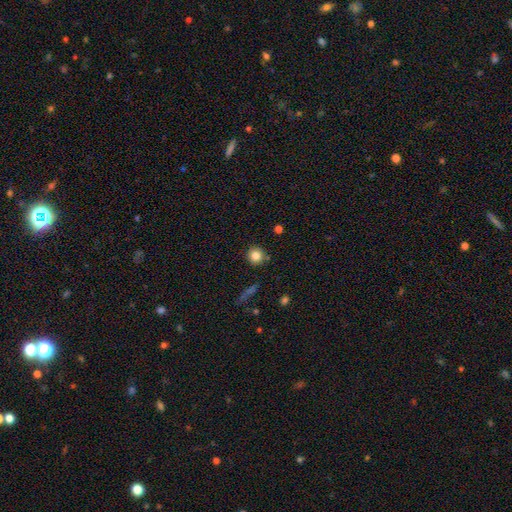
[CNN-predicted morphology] smooth-or-featured: smooth: 82% | star or artifact: 10% | featured or disk: 8%
  how-rounded: round: 93% | in between: 6% | cigar-shaped: 1%
  merging: none: 87% | minor disturbance: 8% | merger: 3% | major disturbance: 2%